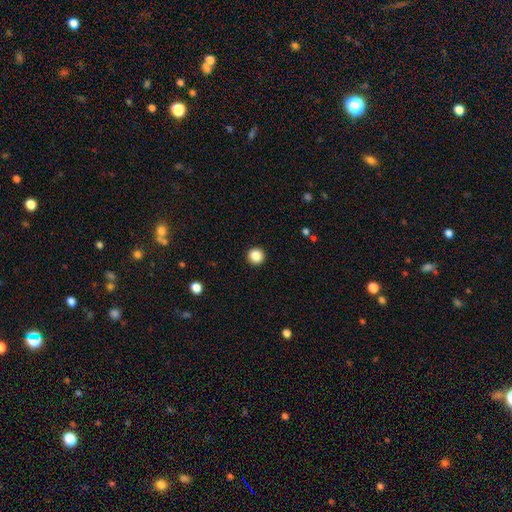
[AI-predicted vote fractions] Q: Smooth or featured?
A: smooth (86%); runner-up: star or artifact (10%)
Q: How rounded?
A: round (95%); runner-up: in between (4%)
Q: Merging?
A: none (93%); runner-up: minor disturbance (4%)